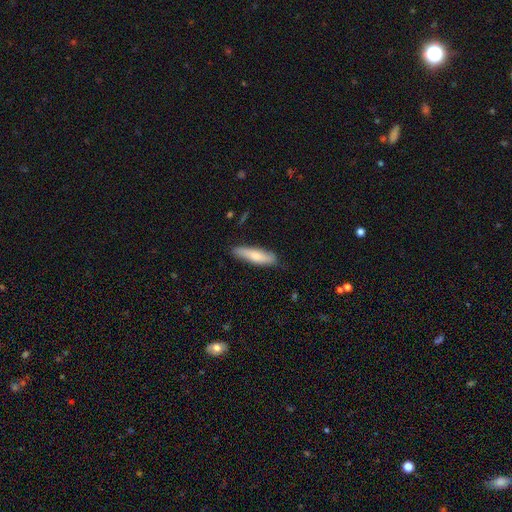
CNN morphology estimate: This is likely a smooth galaxy (73%). How rounded: likely cigar-shaped (71%). Merging: clearly none (82%).